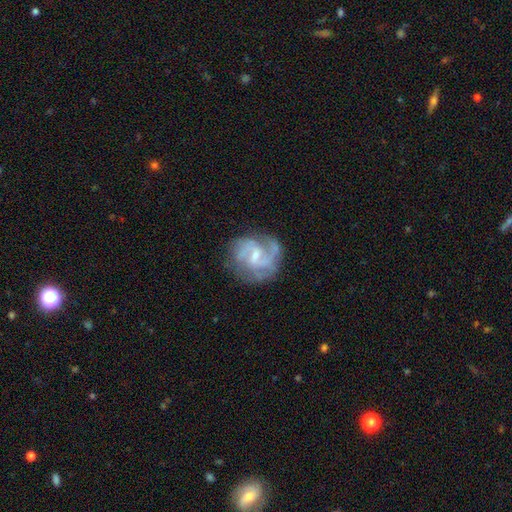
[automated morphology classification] Smooth or featured? Predicted: featured or disk (p=0.85). Edge-on disk? Predicted: no (p=0.98). Bar? Predicted: weak (p=0.61). Spiral arms? Predicted: yes (p=0.95). Spiral winding? Predicted: medium (p=0.52). Spiral arm count? Predicted: 2 (p=0.58). Bulge size? Predicted: small (p=0.60). Merging? Predicted: none (p=0.66).